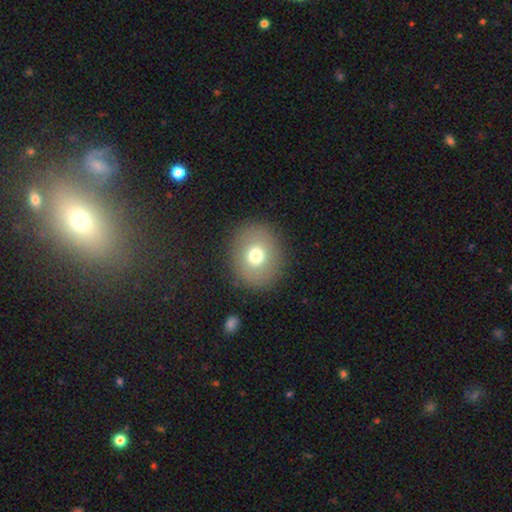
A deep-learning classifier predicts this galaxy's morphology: Smooth or featured? smooth (72%)
How rounded? round (72%)
Merging? none (88%)